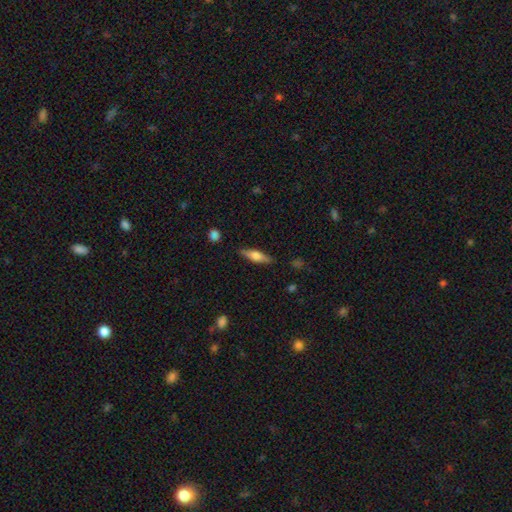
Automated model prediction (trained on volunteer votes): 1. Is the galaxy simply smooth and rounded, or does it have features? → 48% featured or disk, 46% smooth, 6% star or artifact.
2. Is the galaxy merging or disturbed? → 86% none, 10% minor disturbance, 2% major disturbance, 1% merger.